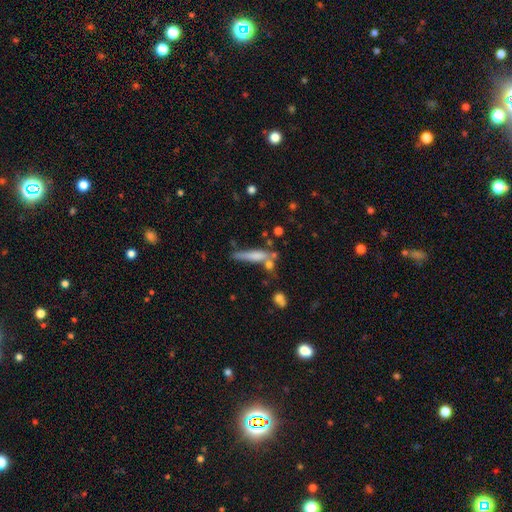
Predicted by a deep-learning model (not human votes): smooth-or-featured: smooth: 62% | featured or disk: 30% | star or artifact: 8%
  how-rounded: cigar-shaped: 87% | in between: 11% | round: 2%
  merging: none: 54% | minor disturbance: 21% | merger: 17% | major disturbance: 8%